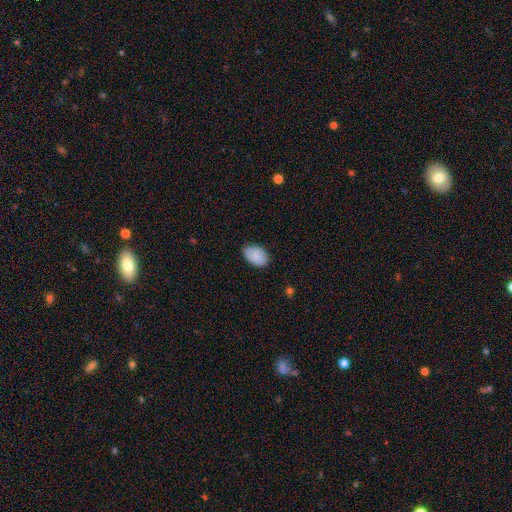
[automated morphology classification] smooth_or_featured: smooth (p=0.85) [alt: featured or disk p=0.09]
how_rounded: in between (p=0.88) [alt: round p=0.11]
merging: none (p=0.79) [alt: minor disturbance p=0.17]